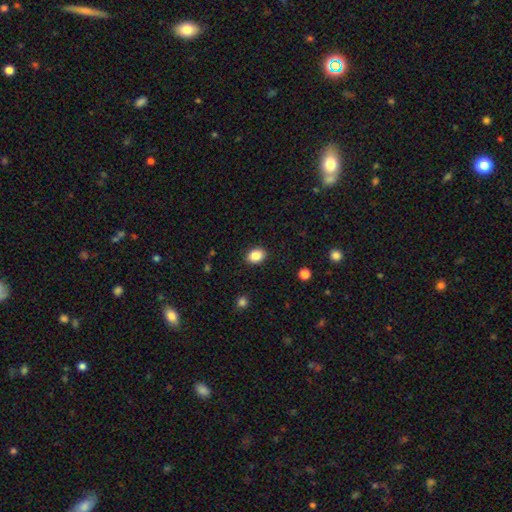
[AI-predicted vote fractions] Smooth or featured? smooth (87%)
How rounded? in between (65%)
Merging? none (89%)